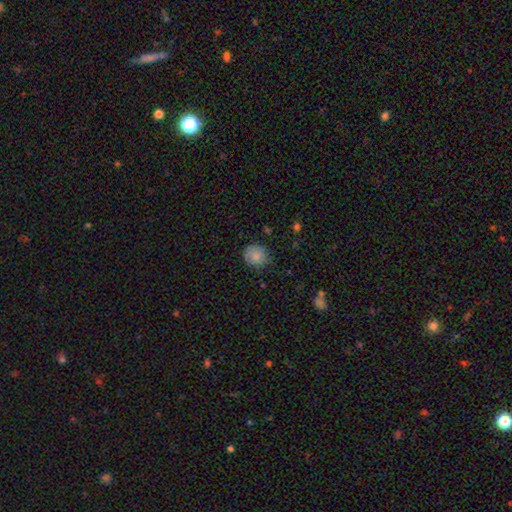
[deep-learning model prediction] Overall: smooth (83%). How rounded: round (78%). Merging: none (74%).